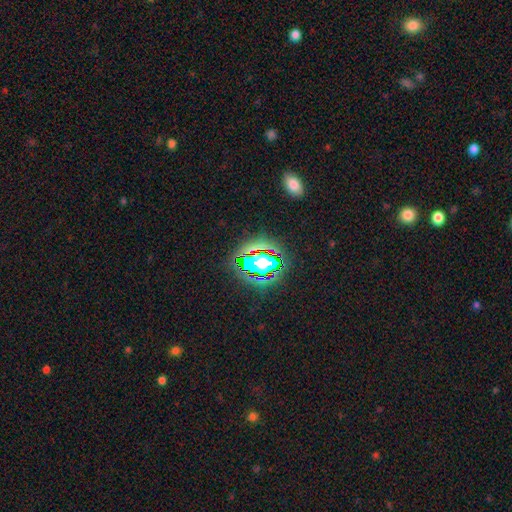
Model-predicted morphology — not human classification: smooth_or_featured: star or artifact (p=0.49) [alt: smooth p=0.34]